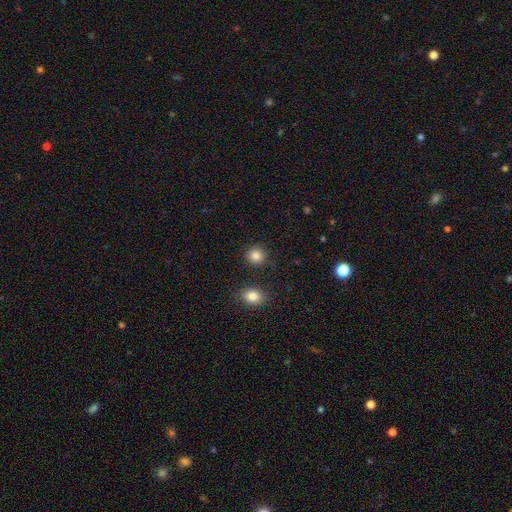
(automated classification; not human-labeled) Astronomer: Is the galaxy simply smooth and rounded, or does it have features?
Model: smooth — 86%.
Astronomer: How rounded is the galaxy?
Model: round — 91%.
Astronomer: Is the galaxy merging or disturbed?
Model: none — 89%.